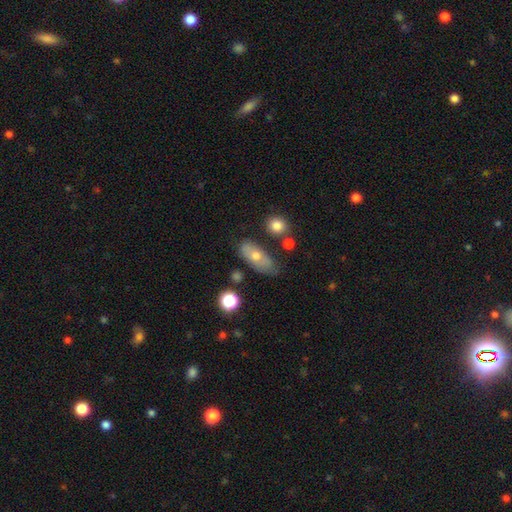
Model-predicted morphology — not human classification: A smooth galaxy with no disk features (58%) that is in between round and cigar-shaped (80%).

Vote fractions:
- Smooth or featured? smooth: 58% / featured or disk: 33% / star or artifact: 8%
- How rounded? in between: 80% / cigar-shaped: 14% / round: 6%
- Merging? none: 63% / minor disturbance: 25% / major disturbance: 7% / merger: 6%